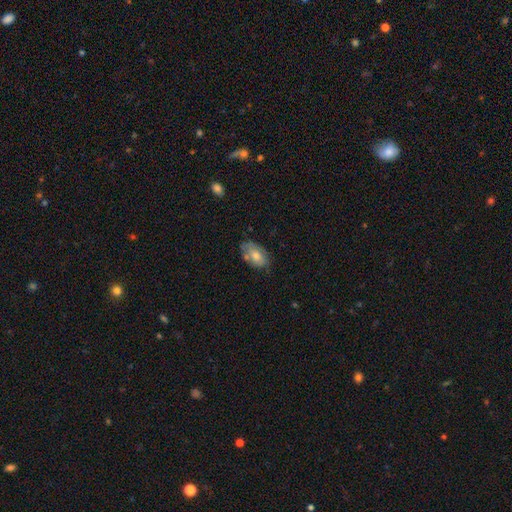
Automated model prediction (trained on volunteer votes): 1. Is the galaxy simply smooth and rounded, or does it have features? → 66% smooth, 27% featured or disk, 7% star or artifact.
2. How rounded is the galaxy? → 91% in between, 8% round, 2% cigar-shaped.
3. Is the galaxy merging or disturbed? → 56% none, 30% minor disturbance, 8% major disturbance, 6% merger.